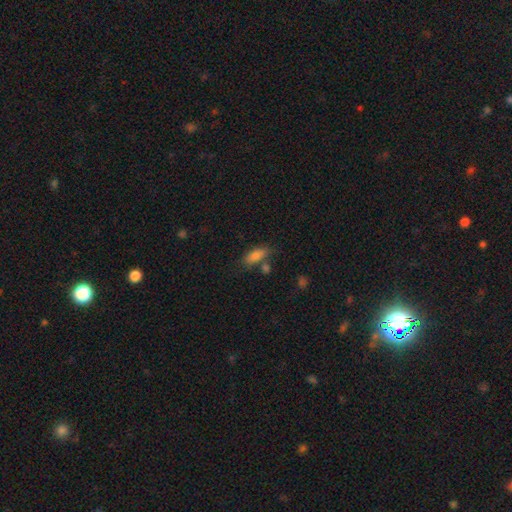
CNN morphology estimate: A smooth galaxy with no disk features (81%) that is in between round and cigar-shaped (77%).

Vote fractions:
- Smooth or featured? smooth: 81% / featured or disk: 11% / star or artifact: 9%
- How rounded? in between: 77% / cigar-shaped: 20% / round: 3%
- Merging? none: 62% / minor disturbance: 17% / merger: 15% / major disturbance: 5%